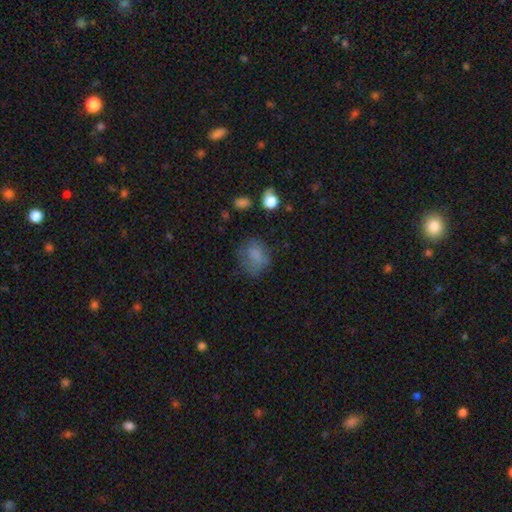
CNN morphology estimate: Smooth or featured? smooth (70%)
How rounded? round (56%)
Merging? none (57%)